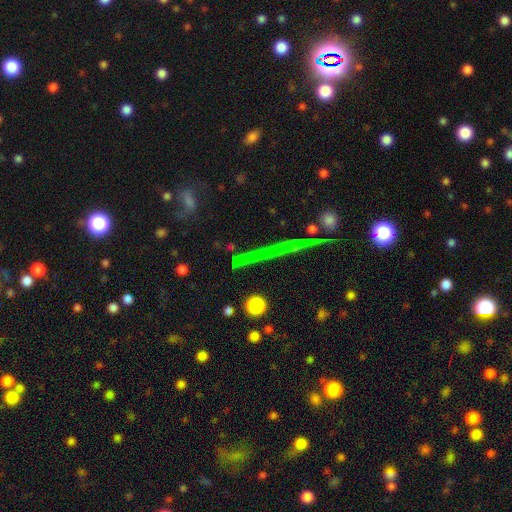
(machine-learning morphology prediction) The model was most divided on "smooth or featured": star or artifact: 43%, featured or disk: 36%, smooth: 21%.